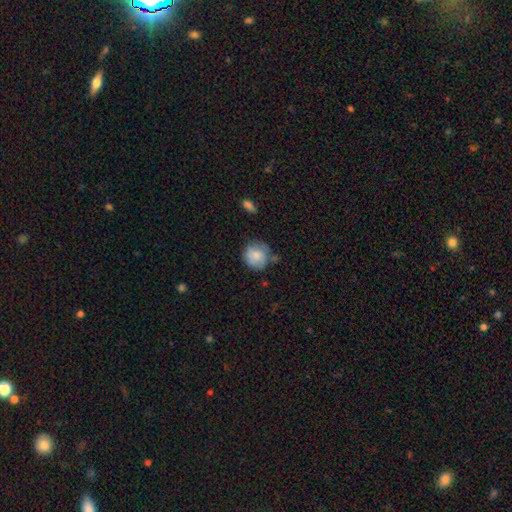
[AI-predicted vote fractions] smooth_or_featured: smooth (p=0.78) [alt: featured or disk p=0.15]
how_rounded: round (p=0.88) [alt: in between p=0.12]
merging: none (p=0.65) [alt: minor disturbance p=0.23]